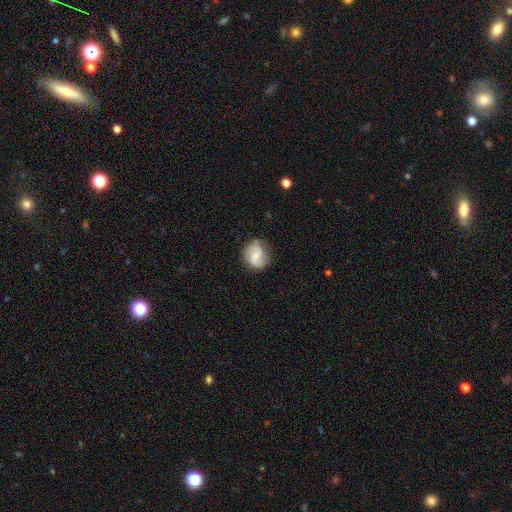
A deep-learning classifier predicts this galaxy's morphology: smooth_or_featured: smooth (p=0.49) [alt: featured or disk p=0.43]
merging: none (p=0.70) [alt: minor disturbance p=0.21]